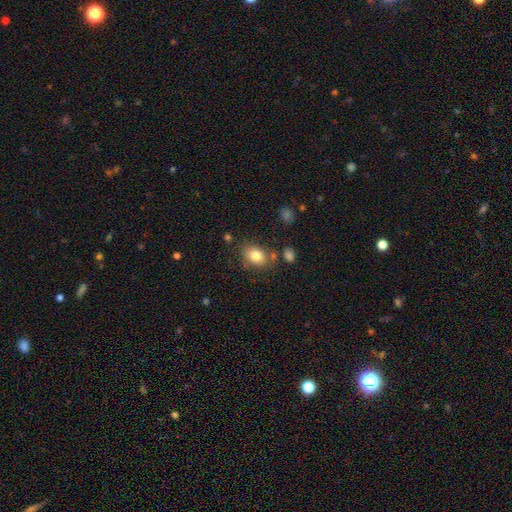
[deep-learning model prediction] This is clearly a smooth galaxy (81%). How rounded: likely in between (70%). Merging: likely none (74%).